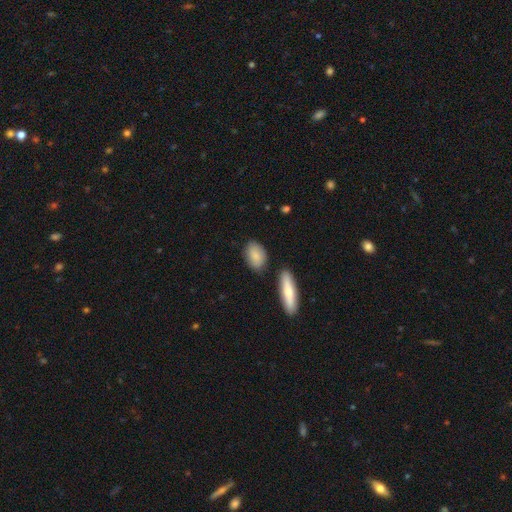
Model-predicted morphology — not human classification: smooth-or-featured: smooth: 84% | featured or disk: 10% | star or artifact: 6%
  how-rounded: in between: 84% | round: 12% | cigar-shaped: 4%
  merging: none: 78% | minor disturbance: 13% | merger: 6% | major disturbance: 3%